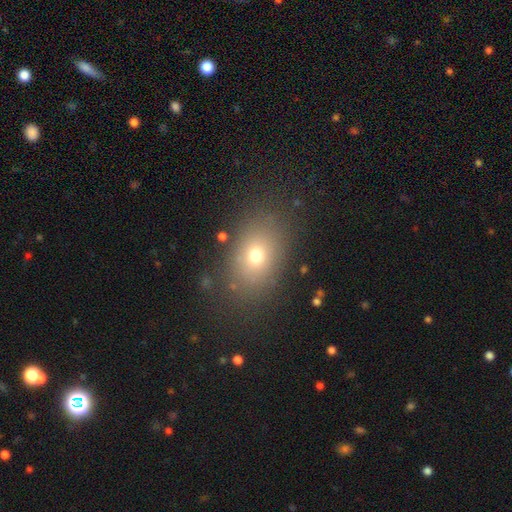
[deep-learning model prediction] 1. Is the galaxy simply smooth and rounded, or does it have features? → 70% smooth, 16% star or artifact, 14% featured or disk.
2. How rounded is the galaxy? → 64% in between, 35% round, 1% cigar-shaped.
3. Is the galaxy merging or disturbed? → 81% none, 11% minor disturbance, 6% major disturbance, 2% merger.